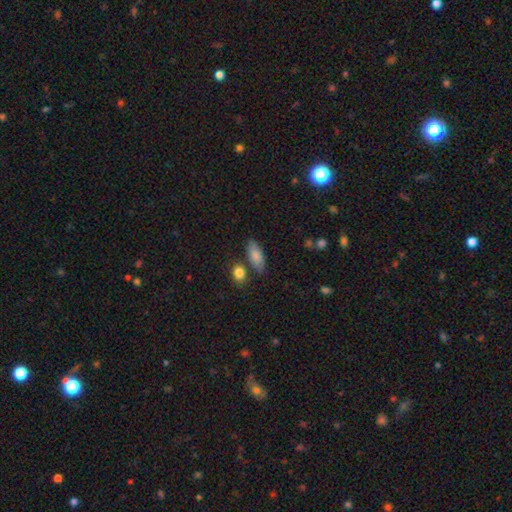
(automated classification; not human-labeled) A smooth galaxy with no disk features (84%) that is in between round and cigar-shaped (79%). Merging: none (73%).